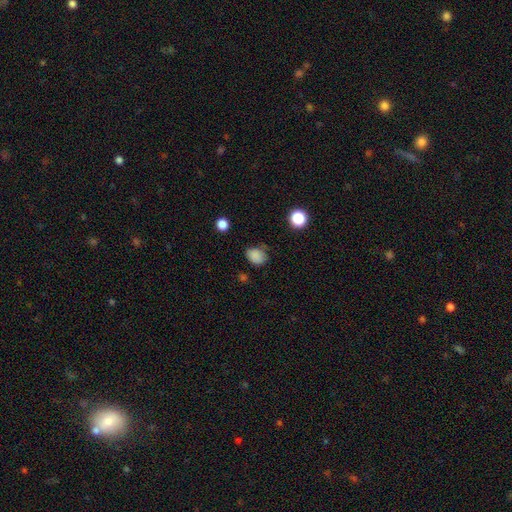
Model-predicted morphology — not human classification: This is clearly a smooth galaxy (84%). How rounded: likely in between (60%). Merging: likely none (66%).